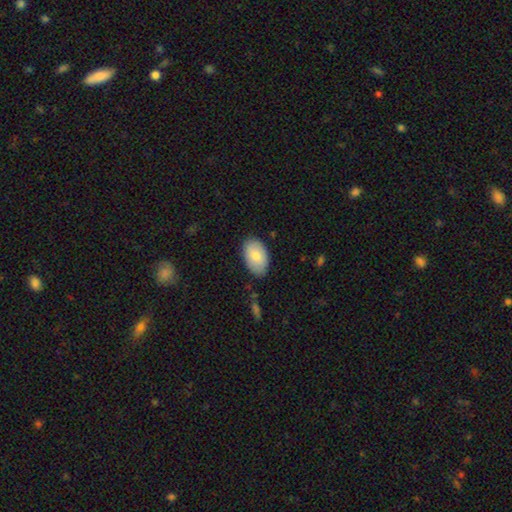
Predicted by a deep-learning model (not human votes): Q: Smooth or featured?
A: smooth (78%); runner-up: featured or disk (16%)
Q: How rounded?
A: in between (91%); runner-up: round (8%)
Q: Merging?
A: none (83%); runner-up: minor disturbance (14%)